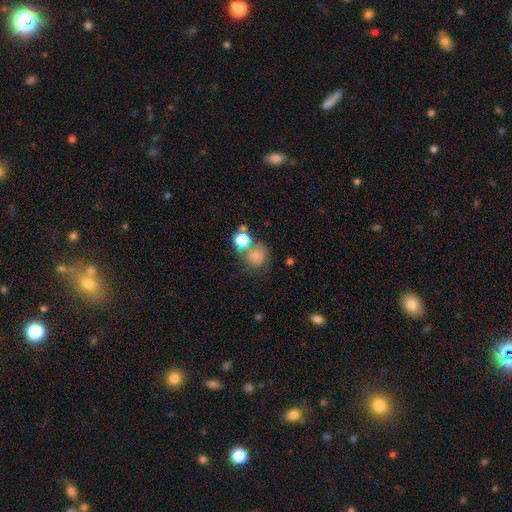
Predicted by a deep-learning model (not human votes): Smooth or featured? Predicted: smooth (p=0.73). How rounded? Predicted: round (p=0.80). Merging? Predicted: none (p=0.50).